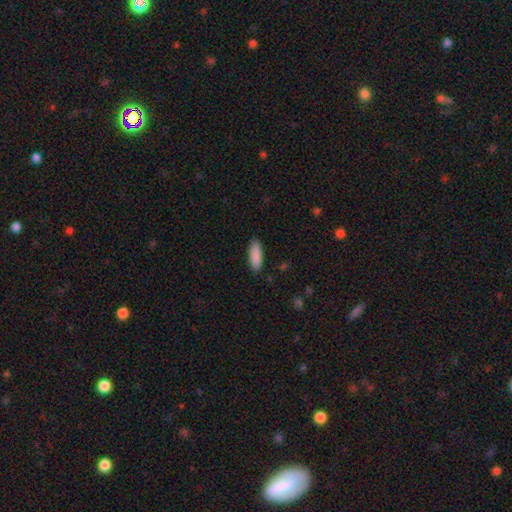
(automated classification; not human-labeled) smooth 90%, star or artifact 6%, featured or disk 4%. Down the decision tree: how rounded — in between (63%); merging — none (88%).